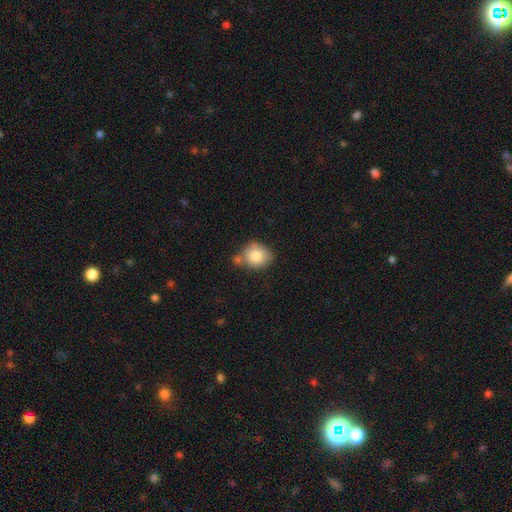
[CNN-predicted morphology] The model was most divided on "merging": none: 58%, merger: 19%, minor disturbance: 18%, major disturbance: 4%. More confident: smooth or featured — smooth (82%); how rounded — round (74%).